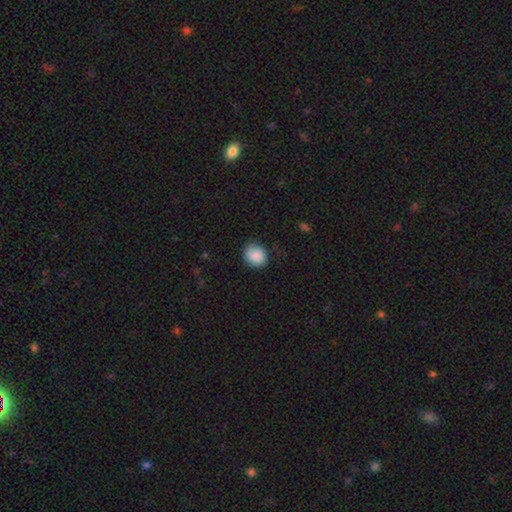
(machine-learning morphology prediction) smooth_or_featured: smooth (p=0.87) [alt: star or artifact p=0.07]
how_rounded: round (p=0.75) [alt: in between p=0.24]
merging: none (p=0.76) [alt: minor disturbance p=0.18]